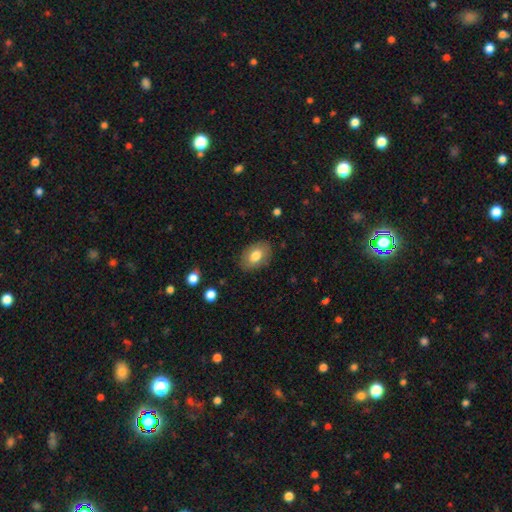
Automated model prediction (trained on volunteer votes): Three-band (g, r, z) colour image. It shows a smooth galaxy with no disk features (76%) that is in between round and cigar-shaped (85%). Merging: none (84%).